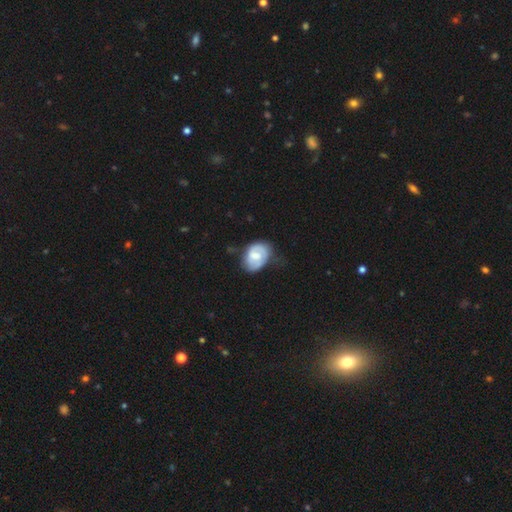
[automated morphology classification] The model was most divided on "smooth or featured": smooth: 51%, featured or disk: 43%, star or artifact: 6%. Remaining: how rounded — in between (72%); merging — none (50%).